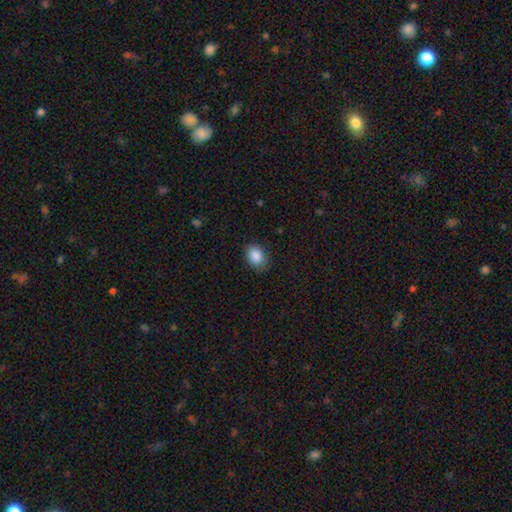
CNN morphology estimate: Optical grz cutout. It shows a smooth galaxy with no disk features (88%) that is in between round and cigar-shaped (68%). Merging: none (81%).